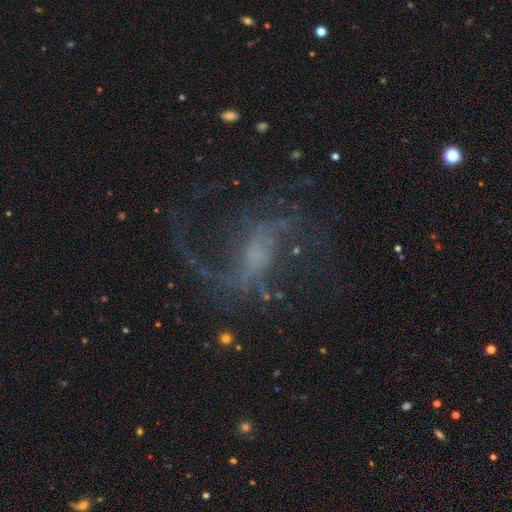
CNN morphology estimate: type=featured or disk (82%); edge-on=no (97%); bar=weak (45%); spiral arms=yes (90%); winding=loose (64%); arm count=2 (70%); bulge=small (38%); merging=none (58%).